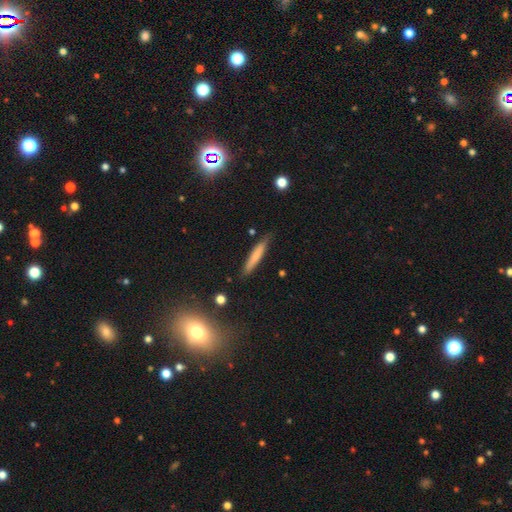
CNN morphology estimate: A smooth galaxy with no disk features (71%) that is cigar-shaped (92%). Merging: none (84%).